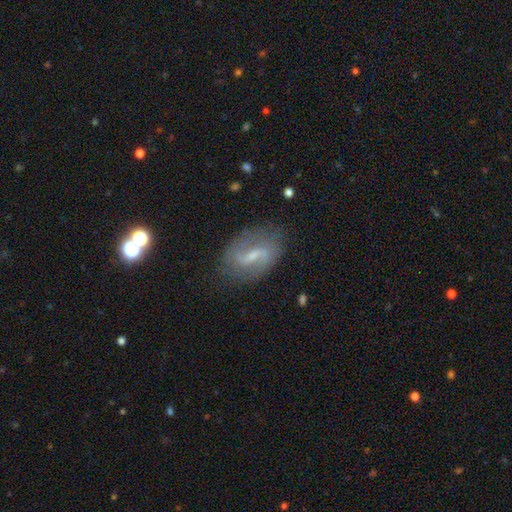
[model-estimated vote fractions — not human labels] featured or disk 69%, smooth 19%, star or artifact 12%. Down the decision tree: edge-on disk — no (93%); bar — weak (49%); spiral arms — yes (82%); spiral arm count — 2 (81%); spiral winding — loose (41%); bulge size — small (59%); merging — none (78%).